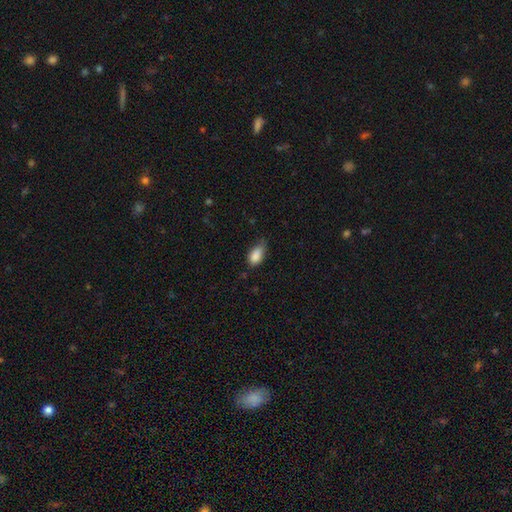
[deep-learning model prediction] Overall: smooth (86%). How rounded: in between (90%). Merging: none (45%; minor disturbance 43%).